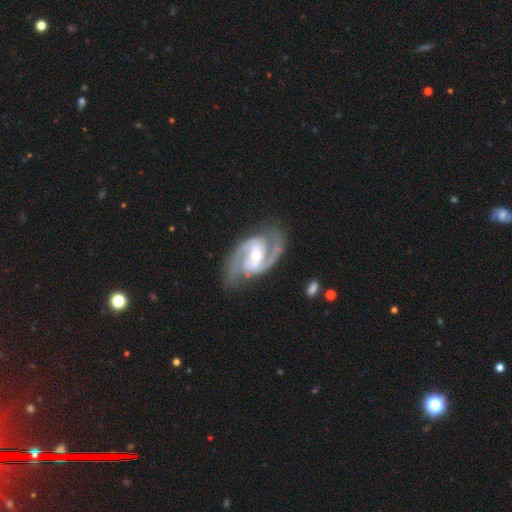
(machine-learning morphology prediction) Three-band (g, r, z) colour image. It shows a featured or disk galaxy (93%) with a weak bar (39%), 2 (93%) medium (60%) spiral arms (98%) and a moderate central bulge (72%). Merging: none (78%).